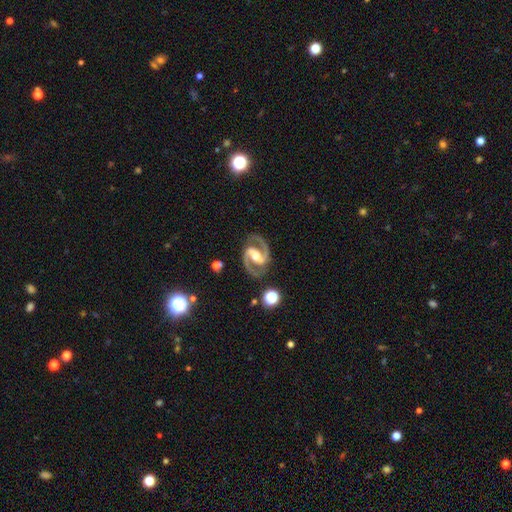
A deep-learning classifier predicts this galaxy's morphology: A featured or disk galaxy (93%) with a strong bar (50%), 2 (95%) medium (67%) spiral arms (98%) and a moderate central bulge (58%).

Vote fractions:
- Smooth or featured? featured or disk: 93% / star or artifact: 4% / smooth: 3%
- Edge-on disk? no: 98% / yes: 2%
- Bar? strong: 50% / weak: 35% / no: 14%
- Spiral arms? yes: 98% / no: 2%
- Spiral winding? medium: 67% / tight: 22% / loose: 10%
- Spiral arm count? 2: 95% / can't tell: 1% / 1: 1% / 3: 1% / 4: 1% / more than 4: 1%
- Bulge size? moderate: 58% / small: 23% / large: 13% / none: 4% / dominant: 2%
- Merging? none: 84% / minor disturbance: 11% / major disturbance: 4% / merger: 2%